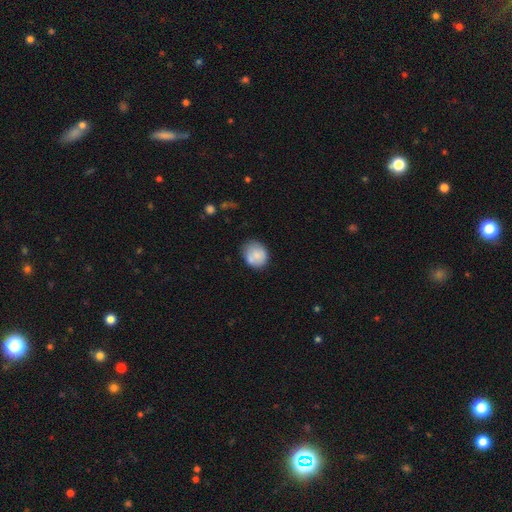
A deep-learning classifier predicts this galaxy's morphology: Q: Smooth or featured?
A: smooth (79%); runner-up: featured or disk (14%)
Q: How rounded?
A: round (64%); runner-up: in between (35%)
Q: Merging?
A: none (63%); runner-up: minor disturbance (24%)